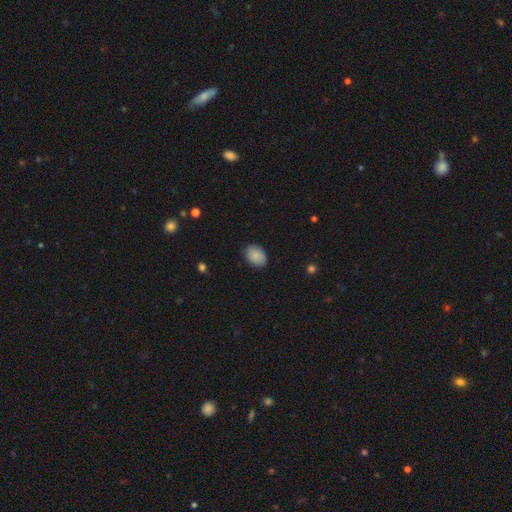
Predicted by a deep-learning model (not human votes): Q: Smooth or featured?
A: smooth (89%); runner-up: star or artifact (7%)
Q: How rounded?
A: in between (78%); runner-up: round (21%)
Q: Merging?
A: none (87%); runner-up: minor disturbance (10%)